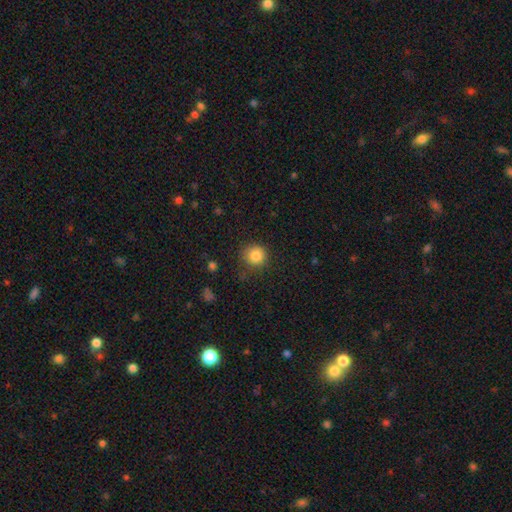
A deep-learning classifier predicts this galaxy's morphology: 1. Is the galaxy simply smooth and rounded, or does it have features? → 84% smooth, 11% star or artifact, 5% featured or disk.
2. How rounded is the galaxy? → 91% round, 8% in between, 1% cigar-shaped.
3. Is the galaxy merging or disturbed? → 79% none, 15% minor disturbance, 5% major disturbance, 2% merger.